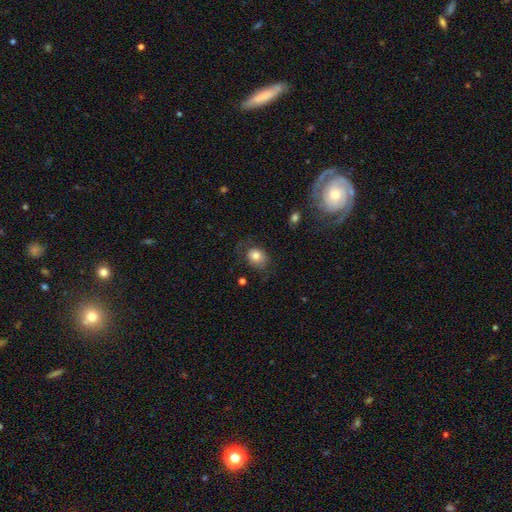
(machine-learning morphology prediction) Overall: smooth (77%). How rounded: round (50%; in between 49%). Merging: none (61%; minor disturbance 22%).